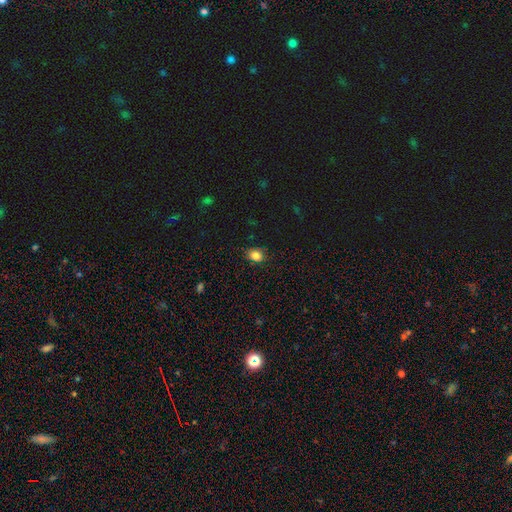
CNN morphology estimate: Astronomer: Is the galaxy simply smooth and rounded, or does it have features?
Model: smooth — 83%.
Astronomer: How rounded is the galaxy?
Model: round — 58% (runner-up: in between, 41%).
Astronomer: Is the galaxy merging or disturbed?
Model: none — 85%.